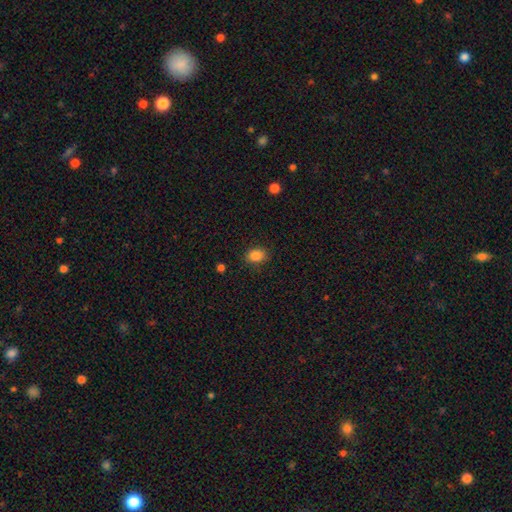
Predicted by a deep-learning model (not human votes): Smooth or featured?
  - smooth: 86% *
  - star or artifact: 10%
  - featured or disk: 4%
How rounded?
  - in between: 69% *
  - round: 30%
  - cigar-shaped: 1%
Merging?
  - none: 86% *
  - minor disturbance: 10%
  - major disturbance: 3%
  - merger: 1%